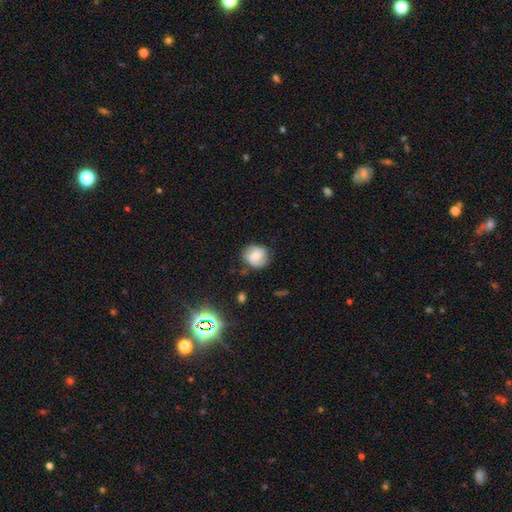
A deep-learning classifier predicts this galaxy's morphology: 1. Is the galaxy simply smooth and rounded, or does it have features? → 60% smooth, 30% featured or disk, 10% star or artifact.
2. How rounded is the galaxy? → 83% round, 16% in between, 1% cigar-shaped.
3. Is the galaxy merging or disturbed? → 79% none, 16% minor disturbance, 4% major disturbance, 2% merger.